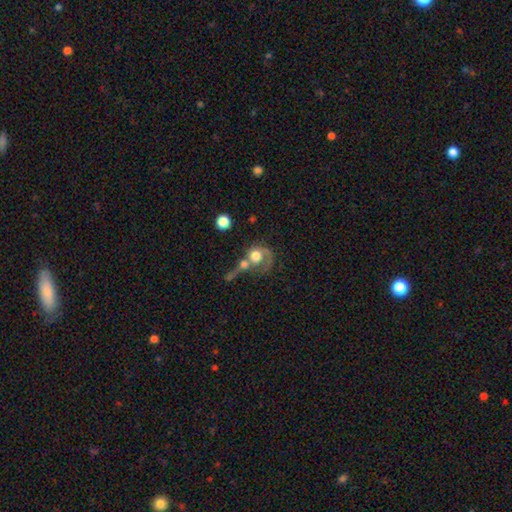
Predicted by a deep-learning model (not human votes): smooth_or_featured: featured or disk (p=0.49) [alt: smooth p=0.42]
merging: merger (p=0.51) [alt: major disturbance p=0.22]